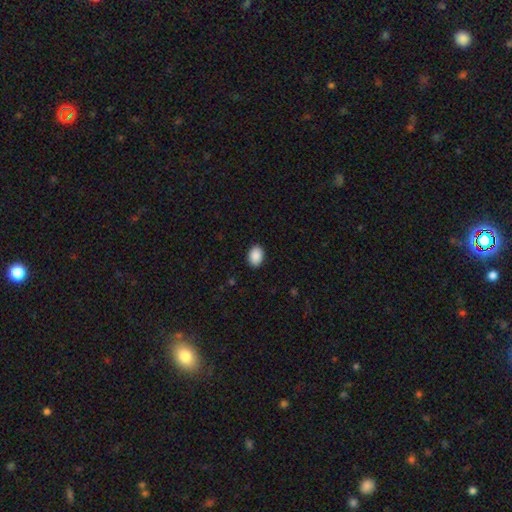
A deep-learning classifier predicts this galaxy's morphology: type=smooth (90%); roundness=in between (78%); merging=none (90%).